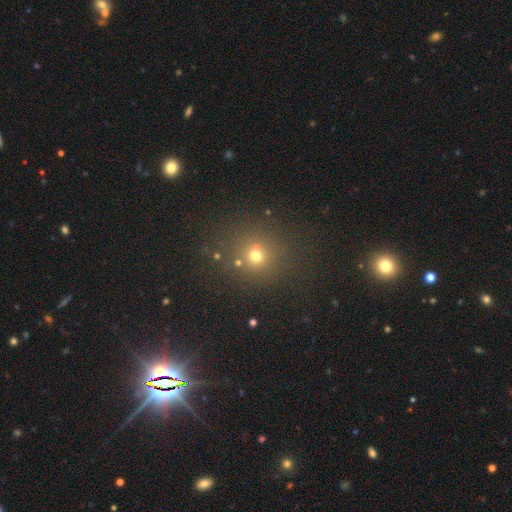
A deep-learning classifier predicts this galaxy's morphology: Smooth or featured?
  - smooth: 66% *
  - star or artifact: 25%
  - featured or disk: 10%
How rounded?
  - round: 90% *
  - in between: 9%
  - cigar-shaped: 1%
Merging?
  - none: 78% *
  - minor disturbance: 10%
  - merger: 8%
  - major disturbance: 4%